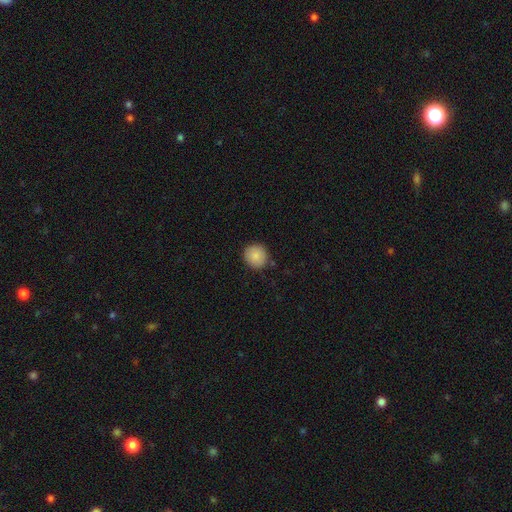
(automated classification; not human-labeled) Smooth or featured: smooth — 88% (star or artifact — 8%)
How rounded: round — 92% (in between — 7%)
Merging: none — 88% (minor disturbance — 9%)